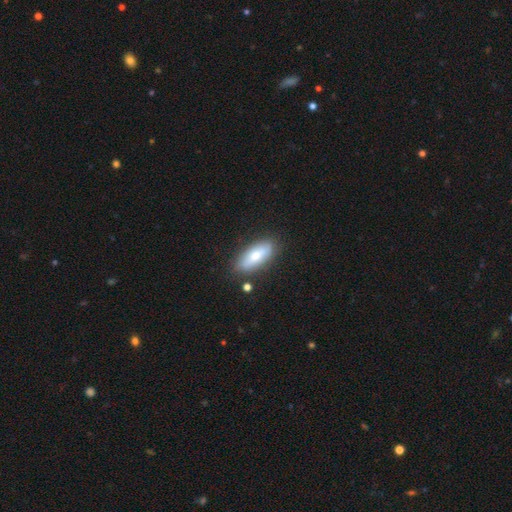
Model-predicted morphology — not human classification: The model was most divided on "smooth or featured": smooth: 68%, featured or disk: 25%, star or artifact: 6%. More confident: merging — none (80%); how rounded — in between (76%).